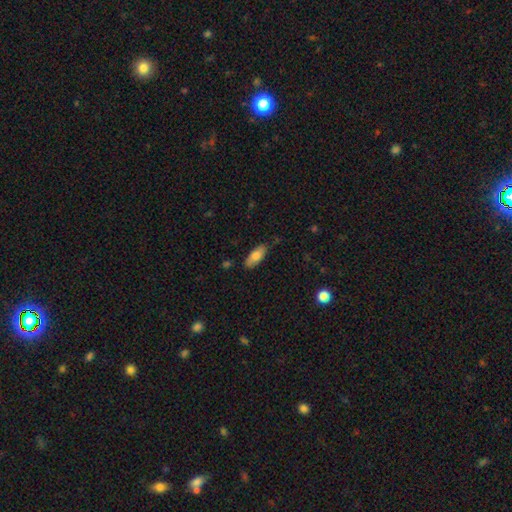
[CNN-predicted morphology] Smooth or featured? smooth (76%)
How rounded? in between (83%)
Merging? none (82%)